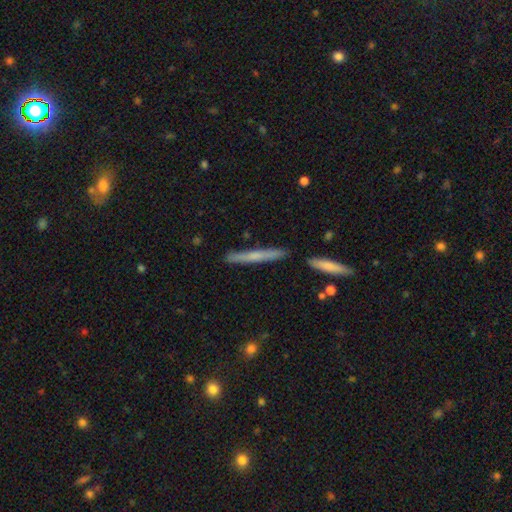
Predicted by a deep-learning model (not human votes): Smooth or featured: smooth — 51% (featured or disk — 43%)
How rounded: cigar-shaped — 95% (in between — 3%)
Merging: none — 86% (minor disturbance — 9%)